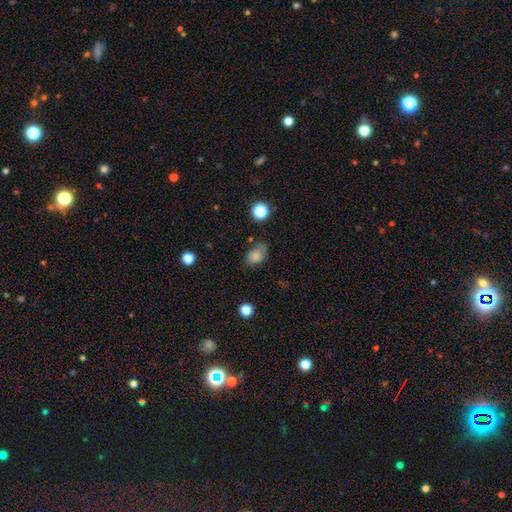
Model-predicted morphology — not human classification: smooth 72%, featured or disk 15%, star or artifact 13%. Down the decision tree: how rounded — in between (75%); merging — none (59%).